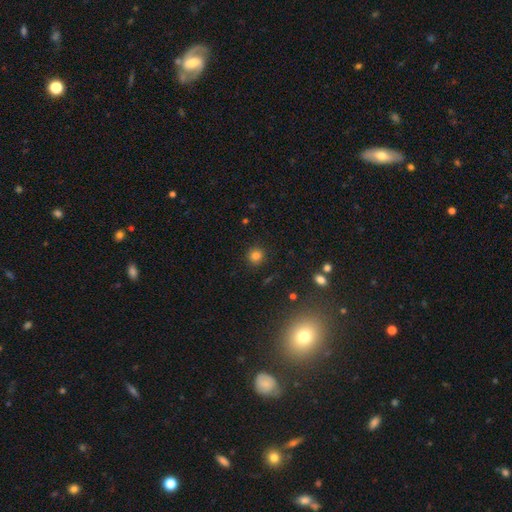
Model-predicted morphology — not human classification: smooth-or-featured: smooth: 81% | star or artifact: 14% | featured or disk: 5%
  how-rounded: round: 90% | in between: 9% | cigar-shaped: 1%
  merging: none: 89% | minor disturbance: 7% | major disturbance: 2% | merger: 2%